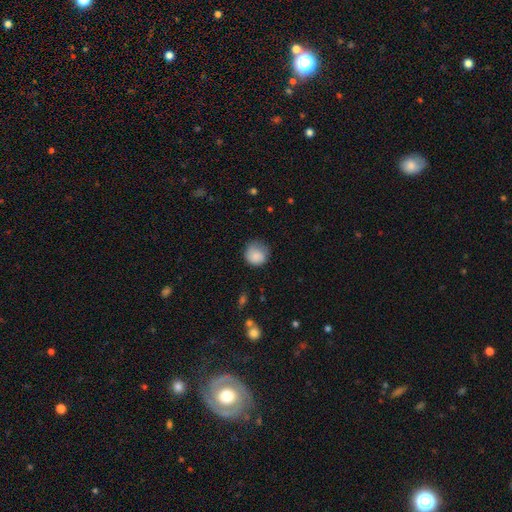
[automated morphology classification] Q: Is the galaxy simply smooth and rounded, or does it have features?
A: smooth — 85%.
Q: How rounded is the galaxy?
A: round — 87%.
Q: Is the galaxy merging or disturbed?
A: none — 60%.